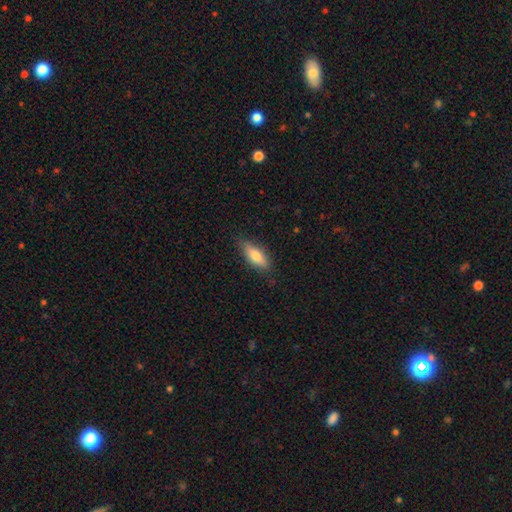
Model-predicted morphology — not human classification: The model was most divided on "how rounded": in between: 61%, cigar-shaped: 36%, round: 3%. More confident: merging — none (80%); smooth or featured — smooth (68%).